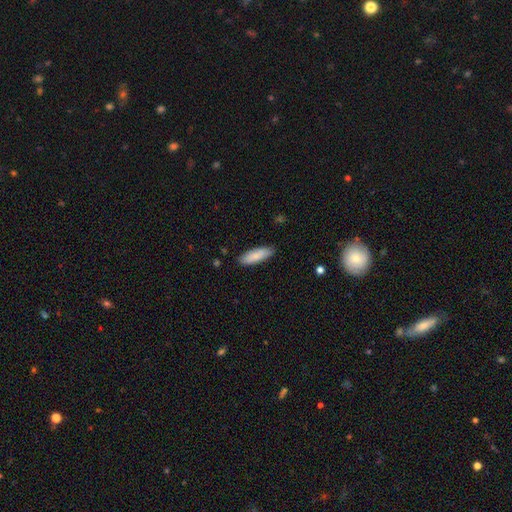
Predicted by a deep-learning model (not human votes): This appears to be a smooth galaxy with no disk features (85%) that is in between round and cigar-shaped (53%). Merging: none (86%).